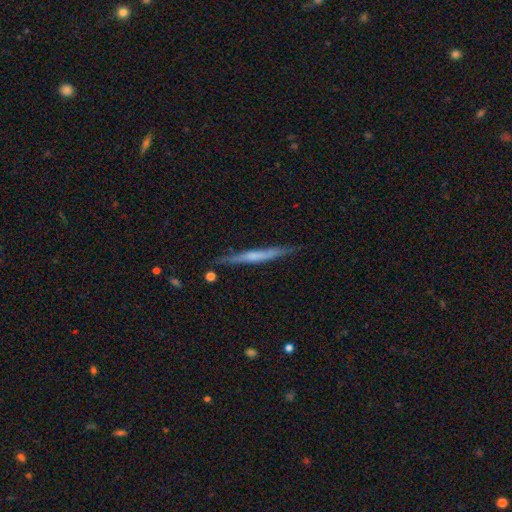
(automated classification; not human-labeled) A featured or disk galaxy (57%) viewed edge-on (96%) with no central bulge (56%). Merging: none (83%).